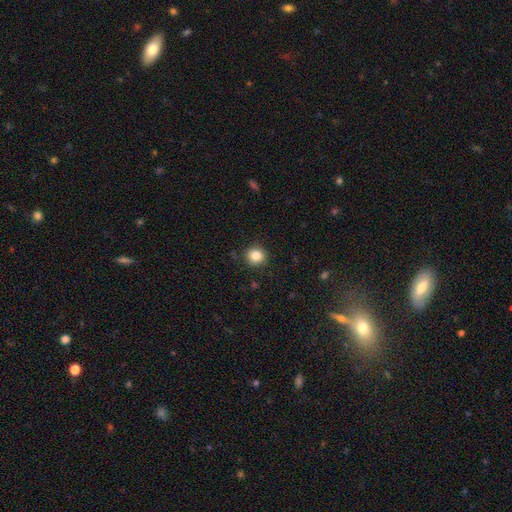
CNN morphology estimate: This appears to be a smooth galaxy with no disk features (84%) that is round (92%). Merging: none (90%).